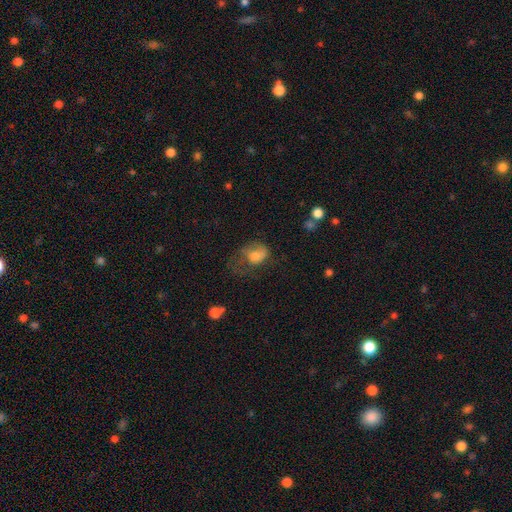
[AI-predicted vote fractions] Morphology: type=smooth (63%); roundness=in between (67%); merging=major disturbance (49%).